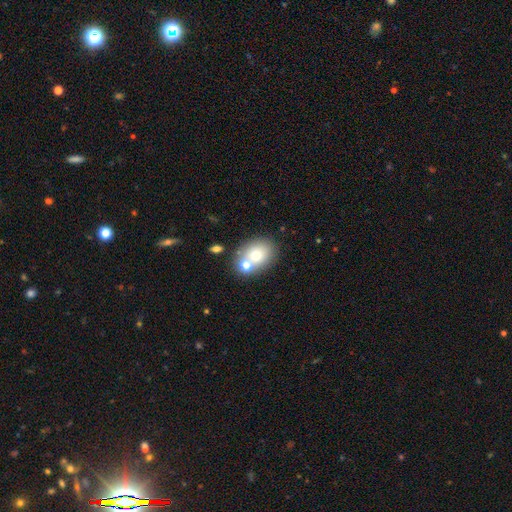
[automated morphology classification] smooth_or_featured: smooth (p=0.69) [alt: featured or disk p=0.20]
how_rounded: in between (p=0.57) [alt: round p=0.42]
merging: none (p=0.56) [alt: merger p=0.30]